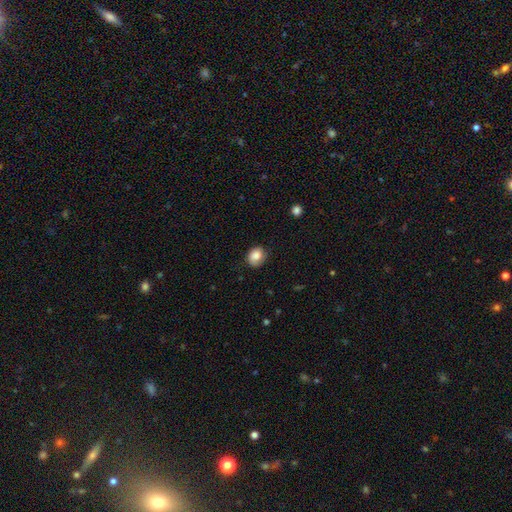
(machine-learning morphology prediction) Smooth or featured: smooth — 85% (star or artifact — 8%)
How rounded: round — 56% (in between — 43%)
Merging: none — 75% (minor disturbance — 20%)